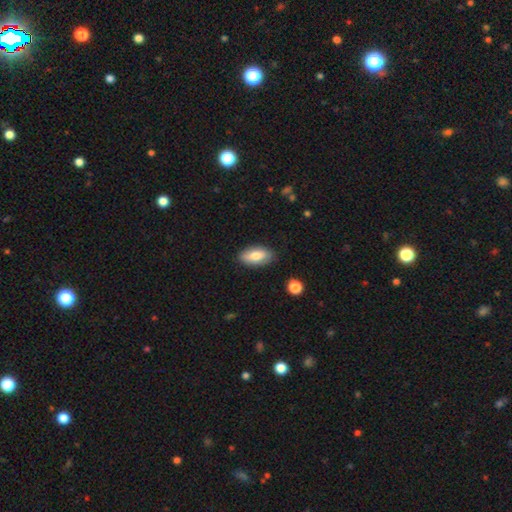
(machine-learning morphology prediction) Smooth or featured: smooth — 74% (featured or disk — 19%)
How rounded: in between — 90% (cigar-shaped — 6%)
Merging: none — 84% (minor disturbance — 12%)